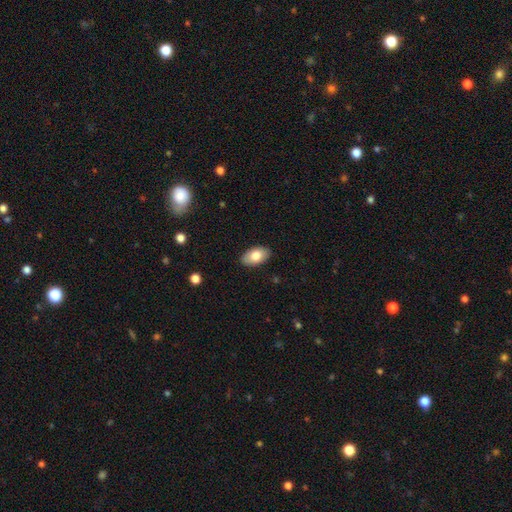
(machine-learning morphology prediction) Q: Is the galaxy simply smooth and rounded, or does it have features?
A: smooth — 80%.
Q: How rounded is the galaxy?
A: in between — 94%.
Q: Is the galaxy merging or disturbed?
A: none — 87%.